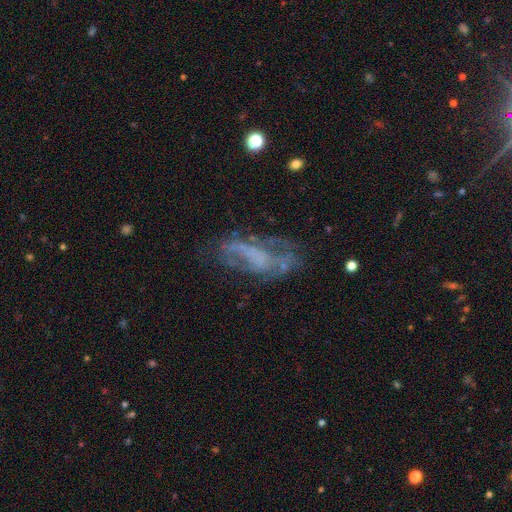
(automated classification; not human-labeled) featured or disk 62%, smooth 24%, star or artifact 14%. Down the decision tree: edge-on disk — no (89%); bar — no (71%); spiral arms — no (65%); bulge size — none (70%); merging — none (42%).